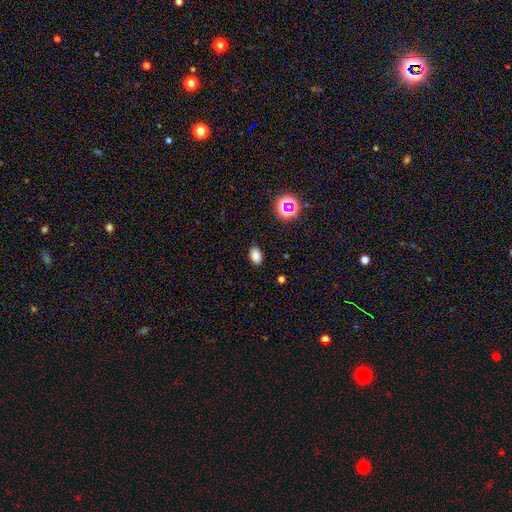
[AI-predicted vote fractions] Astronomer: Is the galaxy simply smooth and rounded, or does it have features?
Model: smooth — 81%.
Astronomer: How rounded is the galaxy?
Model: in between — 88%.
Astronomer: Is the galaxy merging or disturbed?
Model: none — 87%.